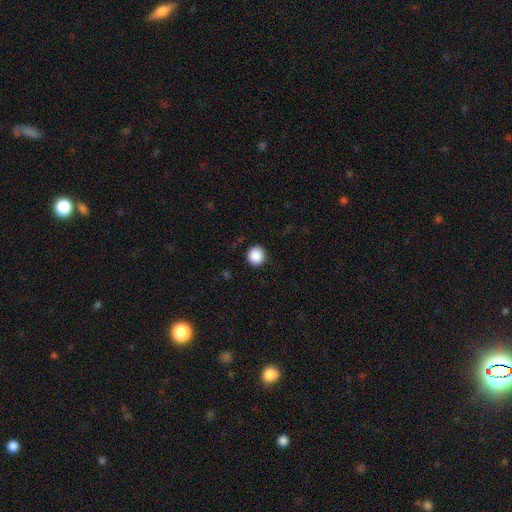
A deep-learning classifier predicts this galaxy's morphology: smooth_or_featured: smooth (p=0.89) [alt: star or artifact p=0.08]
how_rounded: round (p=0.94) [alt: in between p=0.05]
merging: none (p=0.91) [alt: minor disturbance p=0.06]